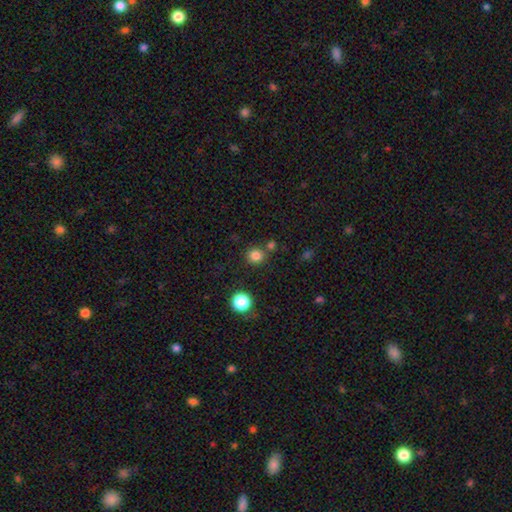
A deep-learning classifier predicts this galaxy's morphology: Smooth or featured? smooth (82%)
How rounded? round (89%)
Merging? none (77%)